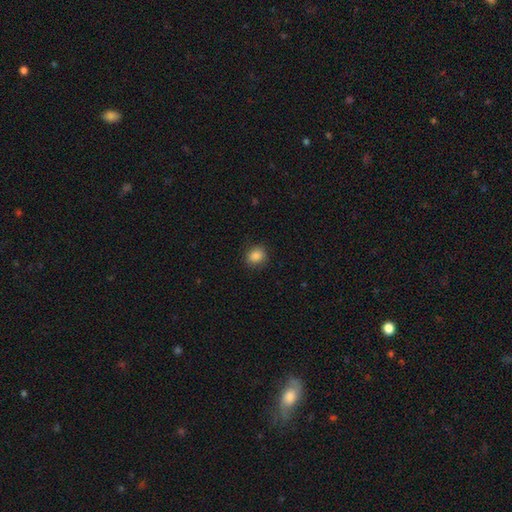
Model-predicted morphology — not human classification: Smooth or featured? Predicted: smooth (p=0.86). How rounded? Predicted: round (p=0.69). Merging? Predicted: none (p=0.85).